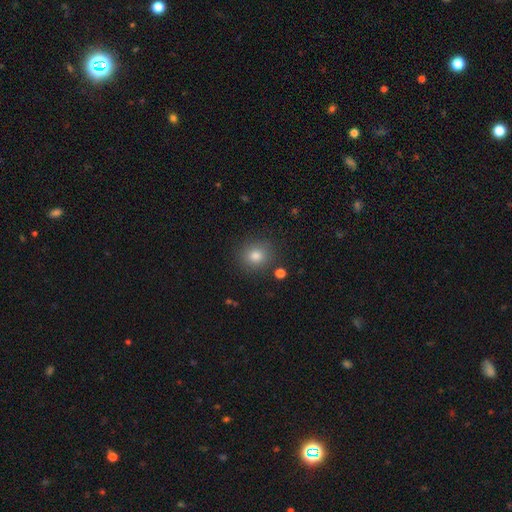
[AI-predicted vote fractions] smooth 79%, star or artifact 14%, featured or disk 7%. Down the decision tree: how rounded — round (85%); merging — none (87%).